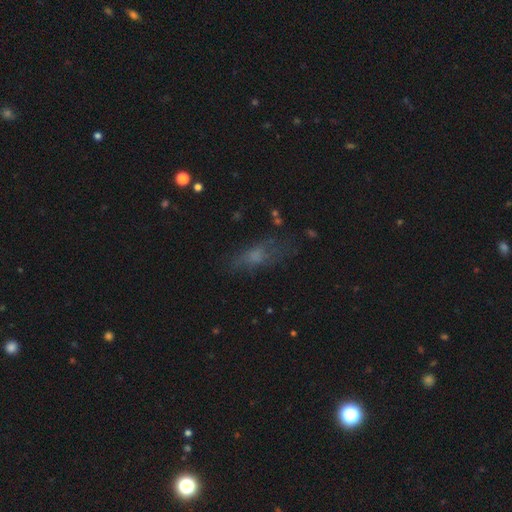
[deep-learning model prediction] This is possibly a smooth galaxy (49%). Merging: possibly none (58%).